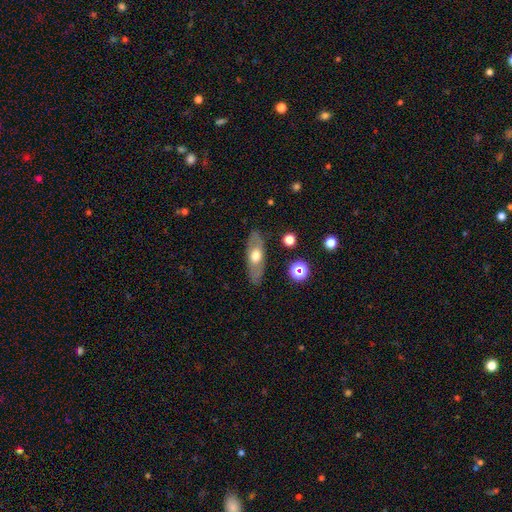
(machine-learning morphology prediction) Smooth or featured?
  - featured or disk: 47% *
  - smooth: 46%
  - star or artifact: 7%
Merging?
  - none: 84% *
  - minor disturbance: 11%
  - major disturbance: 3%
  - merger: 1%